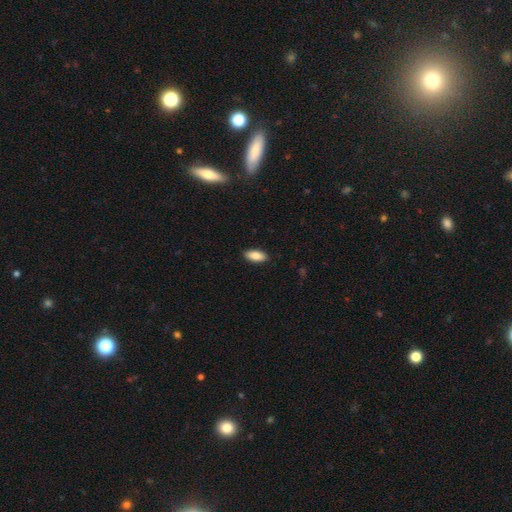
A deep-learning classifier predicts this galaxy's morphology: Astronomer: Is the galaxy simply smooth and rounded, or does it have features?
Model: smooth — 86%.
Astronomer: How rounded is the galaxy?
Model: in between — 86%.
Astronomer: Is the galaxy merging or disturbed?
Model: none — 90%.